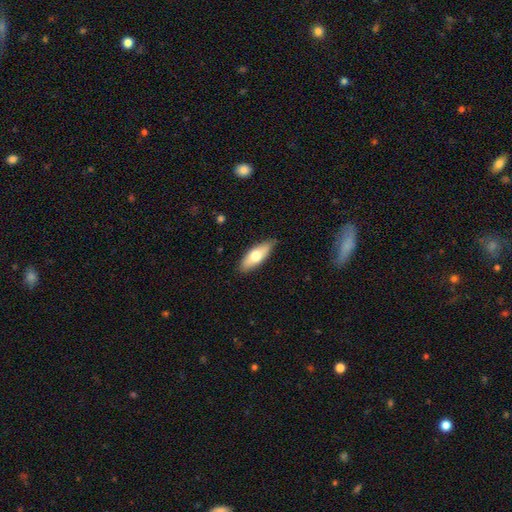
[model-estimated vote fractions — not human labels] Smooth or featured: smooth — 67% (featured or disk — 28%)
How rounded: in between — 71% (cigar-shaped — 27%)
Merging: none — 85% (minor disturbance — 12%)